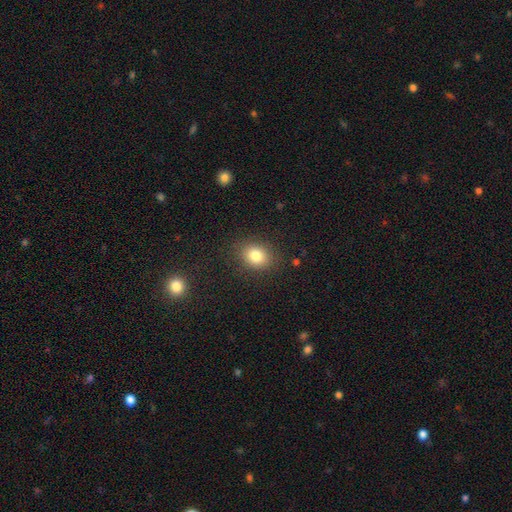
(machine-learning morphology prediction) Q: Smooth or featured?
A: smooth (81%); runner-up: star or artifact (11%)
Q: How rounded?
A: in between (50%); runner-up: round (49%)
Q: Merging?
A: none (86%); runner-up: minor disturbance (9%)